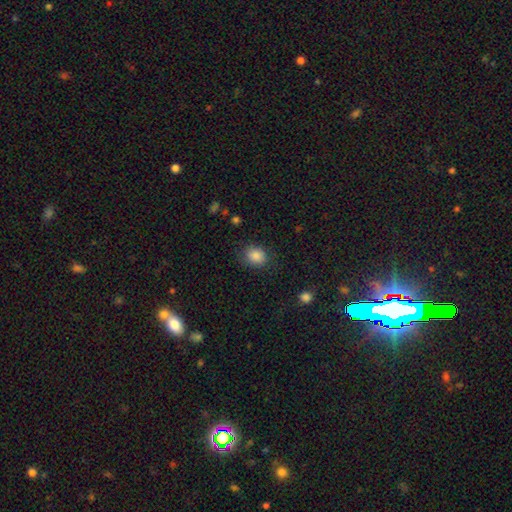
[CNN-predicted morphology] Smooth or featured? Predicted: smooth (p=0.86). How rounded? Predicted: in between (p=0.55). Merging? Predicted: none (p=0.80).